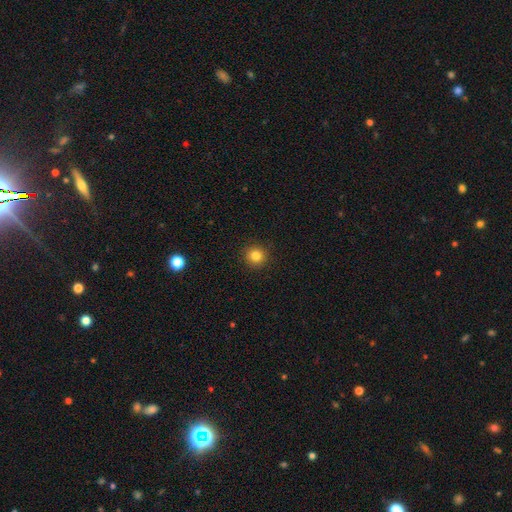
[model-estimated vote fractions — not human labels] This is clearly a smooth galaxy (83%). How rounded: clearly round (94%). Merging: clearly none (92%).